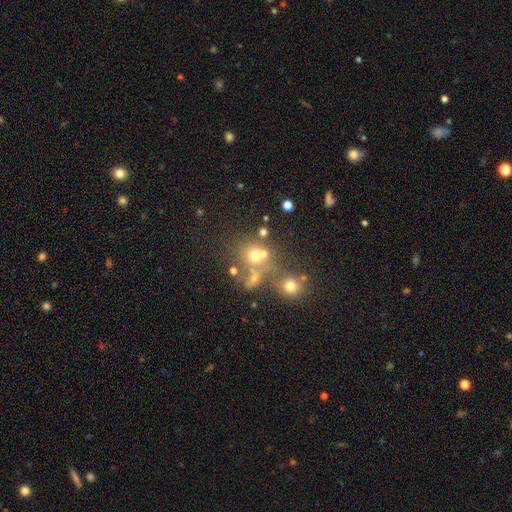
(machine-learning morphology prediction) type=smooth (57%); roundness=round (77%); merging=none (45%).